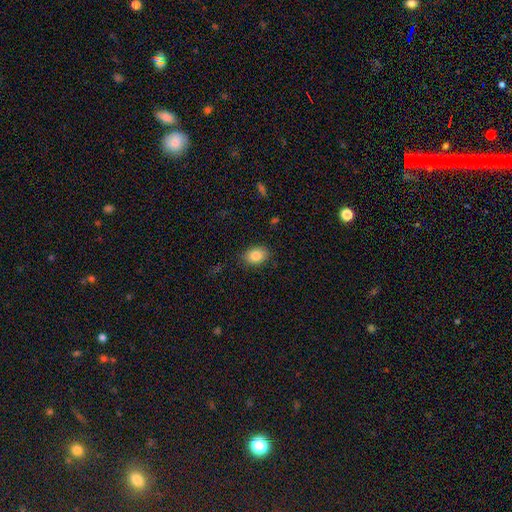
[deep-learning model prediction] This is clearly a smooth galaxy (85%). How rounded: likely in between (69%). Merging: clearly none (86%).